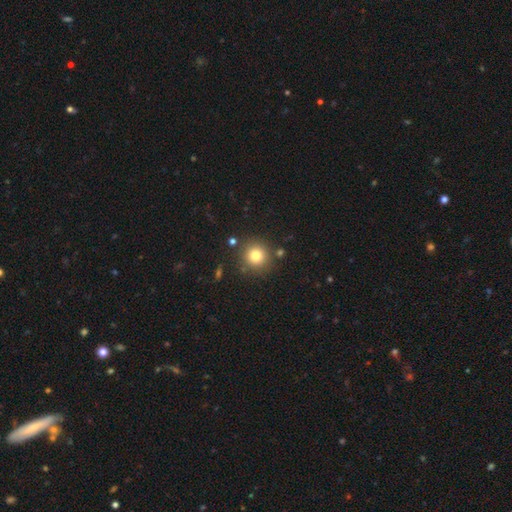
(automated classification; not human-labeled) Morphology: type=smooth (78%); roundness=round (94%); merging=none (86%).